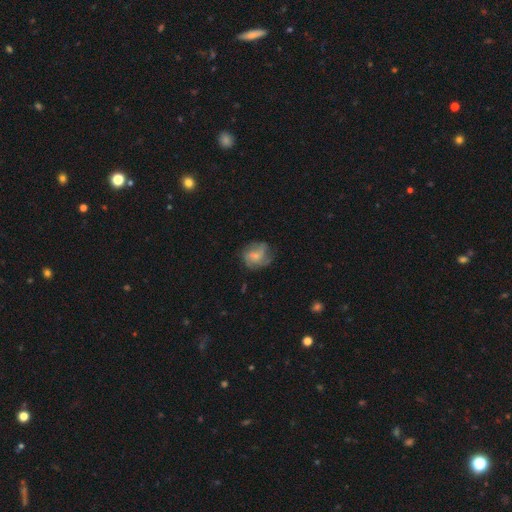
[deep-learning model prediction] Q: Smooth or featured?
A: featured or disk (56%); runner-up: smooth (35%)
Q: Edge-on disk?
A: no (97%); runner-up: yes (3%)
Q: Bar?
A: no (61%); runner-up: weak (33%)
Q: Spiral arms?
A: yes (81%); runner-up: no (19%)
Q: Bulge size?
A: small (56%); runner-up: moderate (28%)
Q: Merging?
A: none (61%); runner-up: minor disturbance (23%)